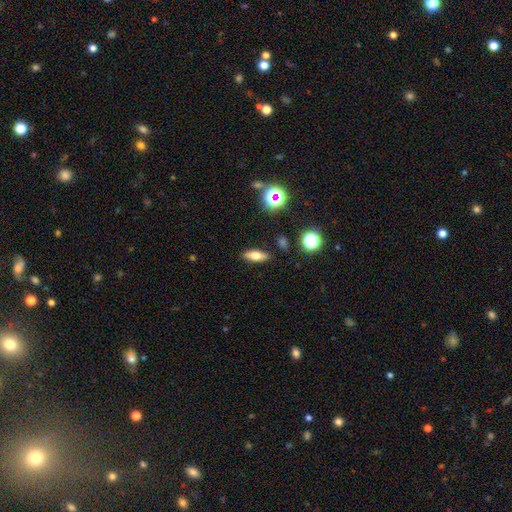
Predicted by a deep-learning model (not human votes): smooth_or_featured: smooth (p=0.62) [alt: featured or disk p=0.27]
how_rounded: in between (p=0.62) [alt: cigar-shaped p=0.32]
merging: none (p=0.88) [alt: minor disturbance p=0.08]